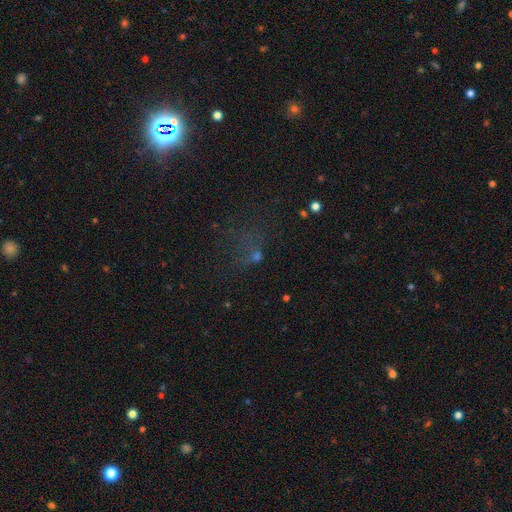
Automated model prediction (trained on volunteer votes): A smooth galaxy with no disk features (39%). Merging: none (42%).